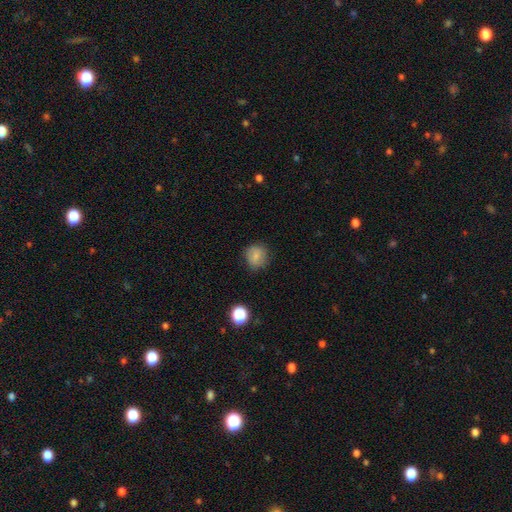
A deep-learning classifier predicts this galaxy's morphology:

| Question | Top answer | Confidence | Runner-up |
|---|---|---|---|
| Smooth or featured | smooth | 77% | featured or disk (12%) |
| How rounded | round | 82% | in between (17%) |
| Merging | none | 81% | minor disturbance (14%) |